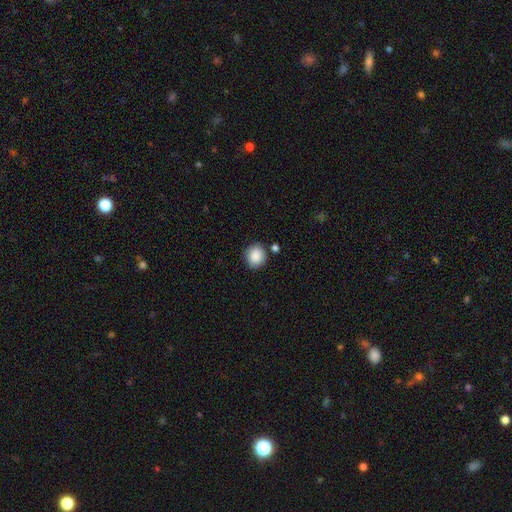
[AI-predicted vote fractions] Overall: smooth (88%). How rounded: round (85%). Merging: none (83%).